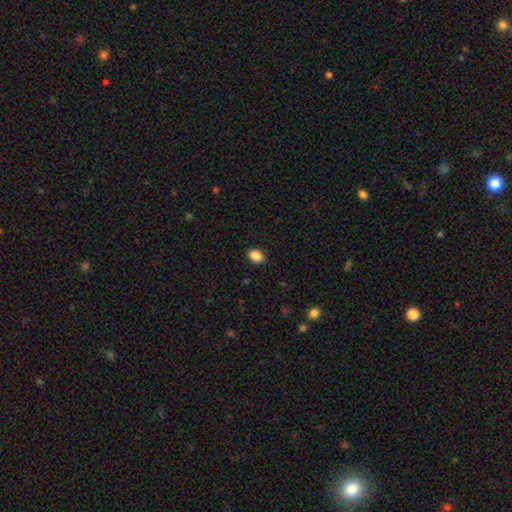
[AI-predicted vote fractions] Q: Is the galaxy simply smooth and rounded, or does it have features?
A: smooth — 87%.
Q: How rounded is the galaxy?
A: in between — 56%.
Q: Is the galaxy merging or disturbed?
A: none — 89%.